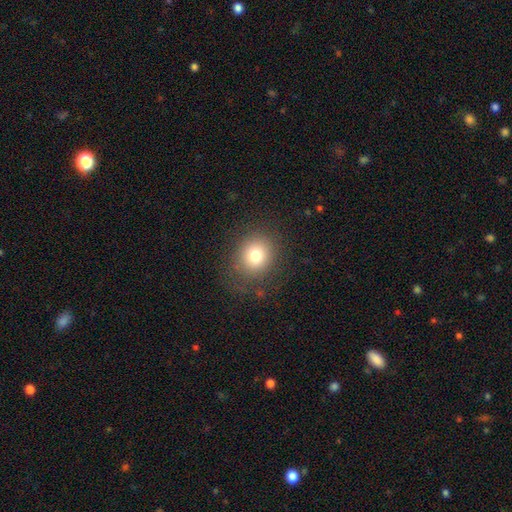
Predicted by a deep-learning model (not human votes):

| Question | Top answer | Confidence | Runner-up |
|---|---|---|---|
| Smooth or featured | smooth | 75% | star or artifact (16%) |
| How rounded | round | 76% | in between (23%) |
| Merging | none | 86% | minor disturbance (10%) |